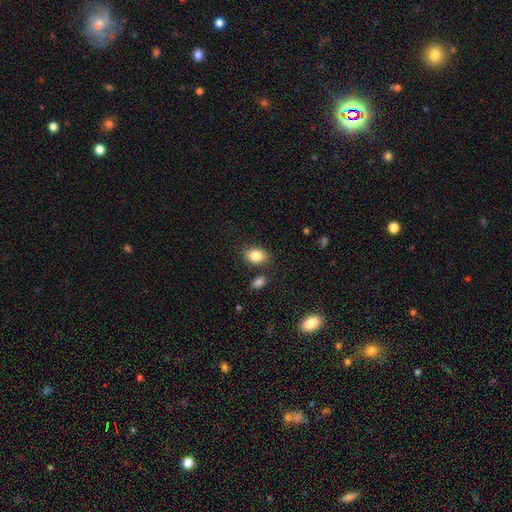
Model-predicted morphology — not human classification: smooth-or-featured: smooth: 85% | star or artifact: 8% | featured or disk: 7%
  how-rounded: in between: 82% | round: 17% | cigar-shaped: 1%
  merging: none: 78% | minor disturbance: 12% | merger: 7% | major disturbance: 3%